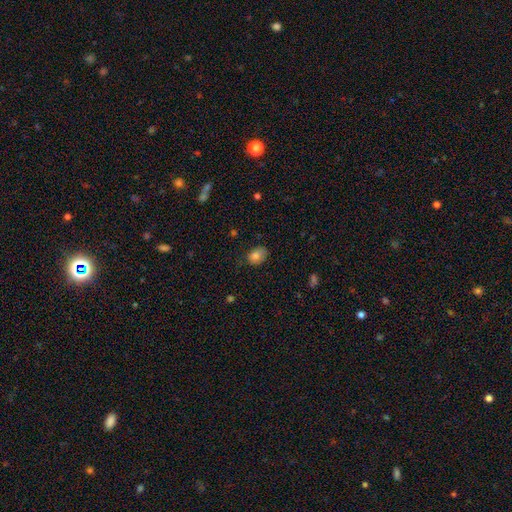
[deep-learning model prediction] Q: Smooth or featured?
A: smooth (82%); runner-up: featured or disk (10%)
Q: How rounded?
A: in between (72%); runner-up: round (27%)
Q: Merging?
A: none (65%); runner-up: minor disturbance (27%)